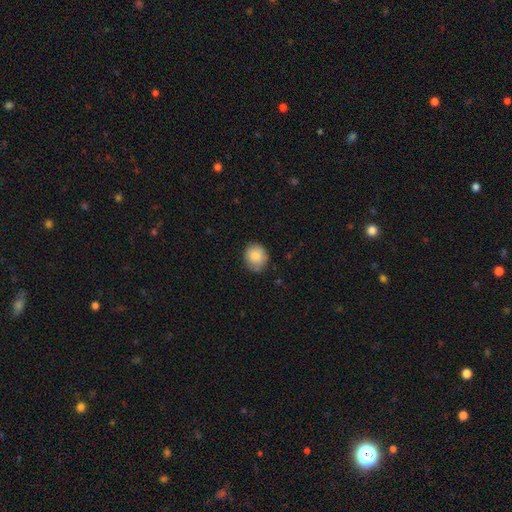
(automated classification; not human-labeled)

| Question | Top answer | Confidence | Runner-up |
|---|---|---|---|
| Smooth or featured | smooth | 86% | star or artifact (7%) |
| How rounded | round | 72% | in between (27%) |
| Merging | none | 80% | minor disturbance (17%) |